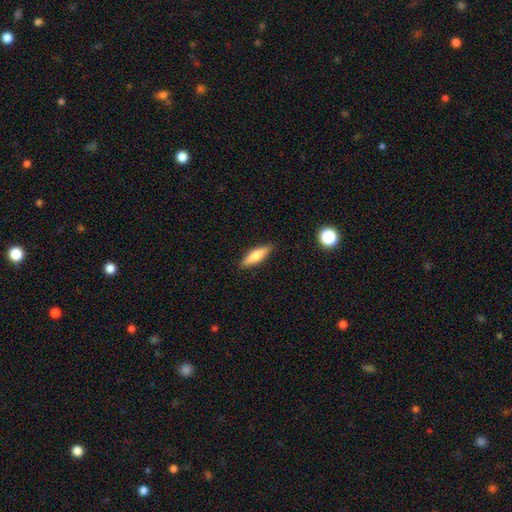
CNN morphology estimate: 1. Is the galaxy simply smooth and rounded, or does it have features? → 74% smooth, 20% featured or disk, 6% star or artifact.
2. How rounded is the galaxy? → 59% cigar-shaped, 39% in between, 2% round.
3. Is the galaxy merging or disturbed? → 87% none, 9% minor disturbance, 2% major disturbance, 1% merger.